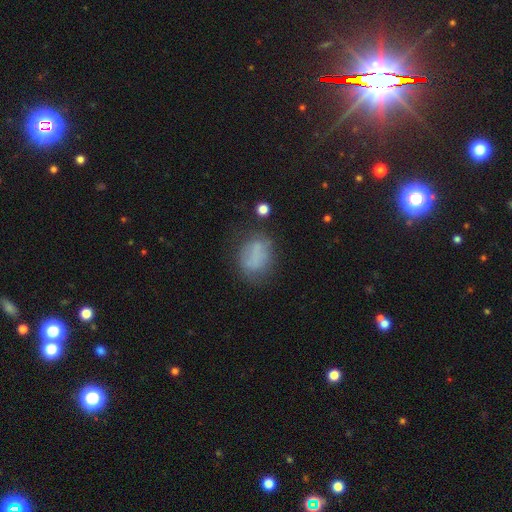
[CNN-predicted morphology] Smooth or featured? Predicted: smooth (p=0.65). How rounded? Predicted: in between (p=0.61). Merging? Predicted: none (p=0.57).